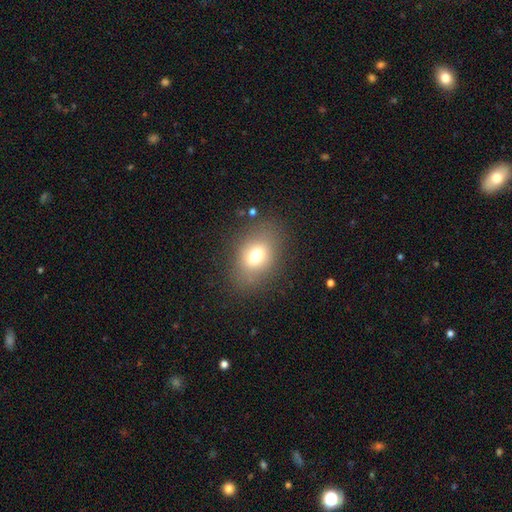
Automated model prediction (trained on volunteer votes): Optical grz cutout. It shows a smooth galaxy with no disk features (71%) that is in between round and cigar-shaped (69%). Merging: none (80%).